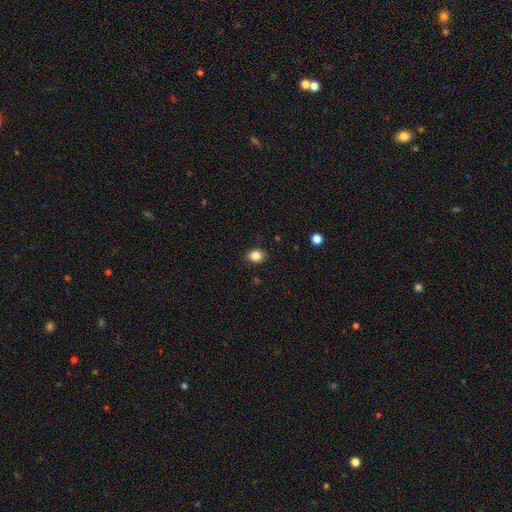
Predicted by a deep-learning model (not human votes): Smooth or featured? smooth (85%)
How rounded? round (53%)
Merging? none (89%)